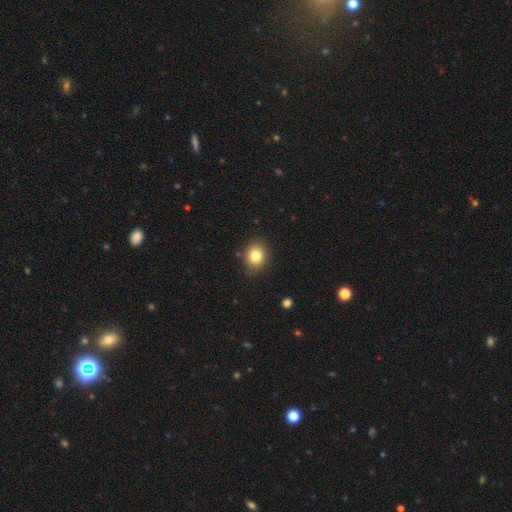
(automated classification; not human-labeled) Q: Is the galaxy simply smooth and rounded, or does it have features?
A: smooth — 81%.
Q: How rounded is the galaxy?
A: round — 61%.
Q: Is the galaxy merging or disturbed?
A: none — 85%.